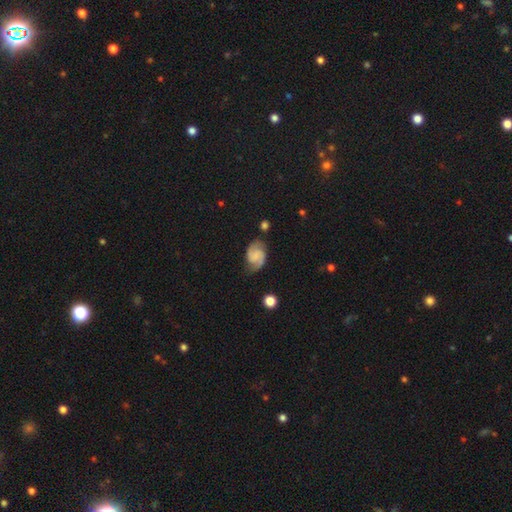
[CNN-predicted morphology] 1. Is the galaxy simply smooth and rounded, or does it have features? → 74% featured or disk, 19% smooth, 7% star or artifact.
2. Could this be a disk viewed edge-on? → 98% no, 2% yes.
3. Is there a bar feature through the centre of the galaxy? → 52% no, 38% weak, 10% strong.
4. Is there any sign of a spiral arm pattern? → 96% yes, 4% no.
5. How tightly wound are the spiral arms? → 49% medium, 26% tight, 26% loose.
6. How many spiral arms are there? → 90% 2, 4% can't tell, 2% 1, 2% 3, 1% 4, 1% more than 4.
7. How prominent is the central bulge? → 60% none, 23% small, 11% moderate, 5% large, 2% dominant.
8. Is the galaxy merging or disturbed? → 70% none, 20% minor disturbance, 7% major disturbance, 3% merger.